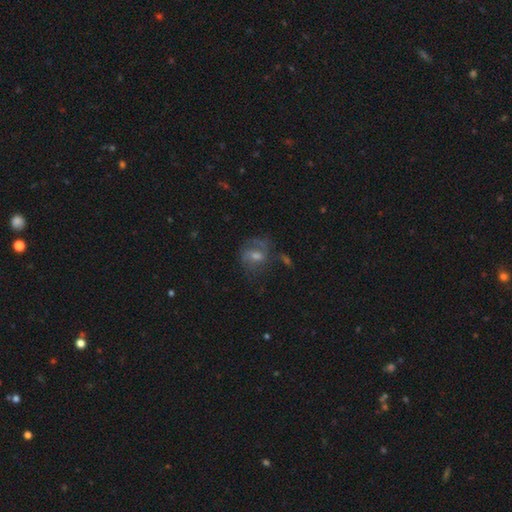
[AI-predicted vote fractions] Smooth or featured? featured or disk (52%)
Edge-on disk? no (96%)
Bar? no (45%)
Spiral arms? yes (72%)
Bulge size? moderate (53%)
Merging? none (58%)